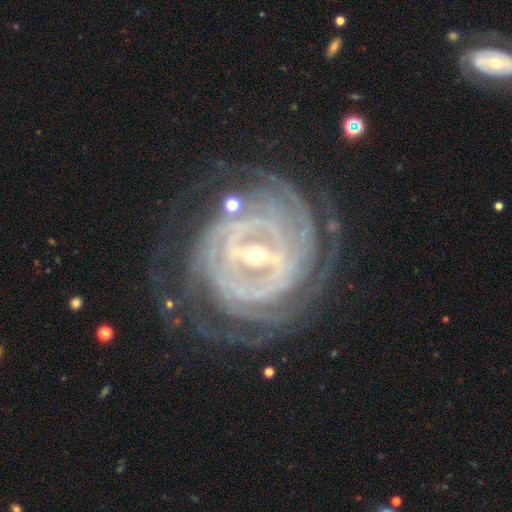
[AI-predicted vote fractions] Smooth or featured: featured or disk — 91% (star or artifact — 5%)
Edge-on disk: no — 96% (yes — 4%)
Bar: strong — 65% (weak — 25%)
Spiral arms: yes — 96% (no — 4%)
Spiral winding: tight — 77% (medium — 18%)
Spiral arm count: can't tell — 28% (4 — 23%)
Bulge size: small — 77% (moderate — 19%)
Merging: none — 68% (minor disturbance — 16%)